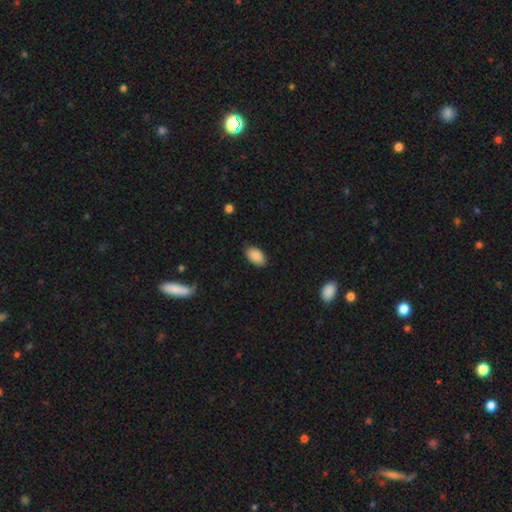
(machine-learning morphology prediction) A smooth galaxy with no disk features (89%) that is in between round and cigar-shaped (93%). Merging: none (85%).